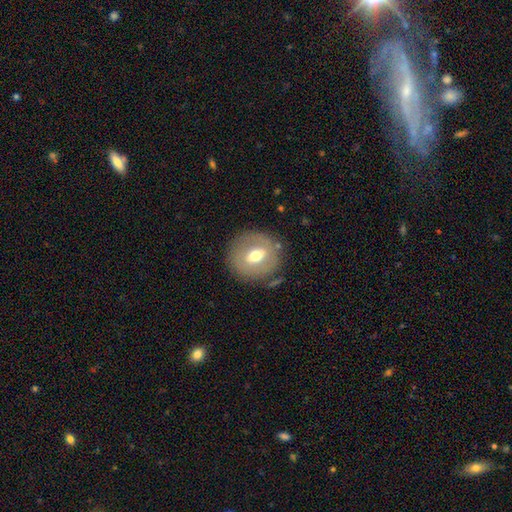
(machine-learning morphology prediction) This appears to be a smooth galaxy with no disk features (48%). Merging: none (79%).